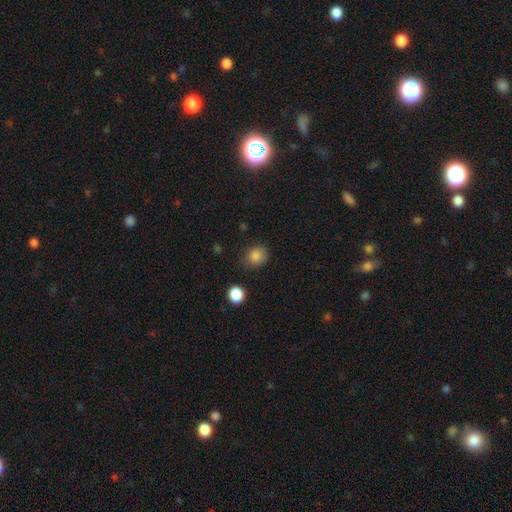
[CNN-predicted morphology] Smooth or featured: smooth — 85% (star or artifact — 11%)
How rounded: round — 70% (in between — 29%)
Merging: none — 78% (minor disturbance — 16%)